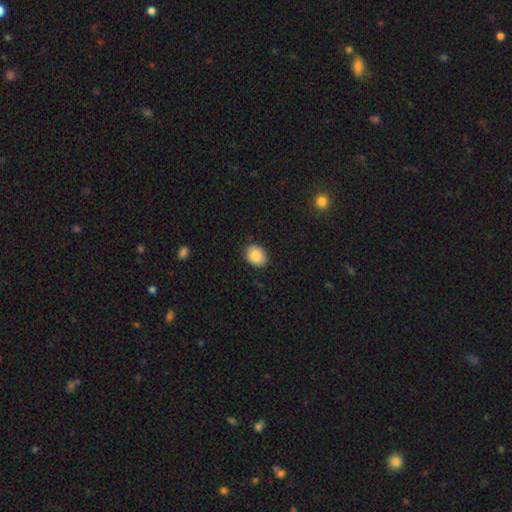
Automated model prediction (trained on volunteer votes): Smooth or featured? Predicted: smooth (p=0.87). How rounded? Predicted: in between (p=0.60). Merging? Predicted: none (p=0.88).